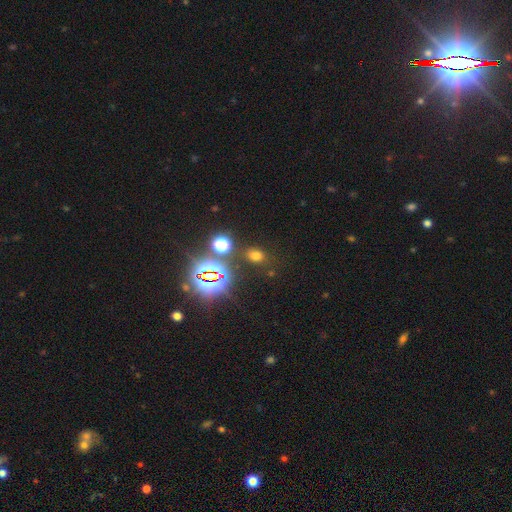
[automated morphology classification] This is possibly a smooth galaxy (58%). How rounded: possibly in between (59%). Merging: likely none (79%).